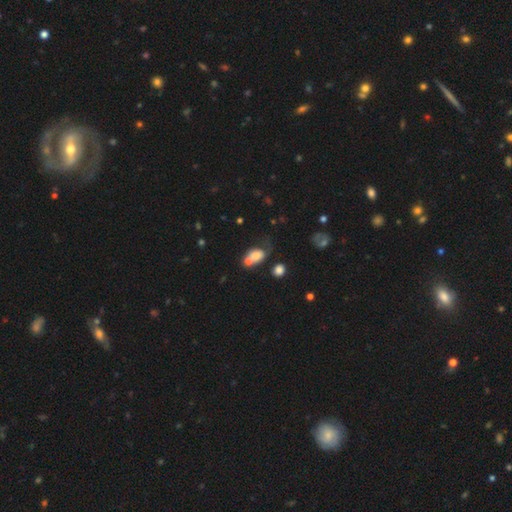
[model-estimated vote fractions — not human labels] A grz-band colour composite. It shows a smooth galaxy with no disk features (68%) that is in between round and cigar-shaped (59%). Merging: merger (51%).